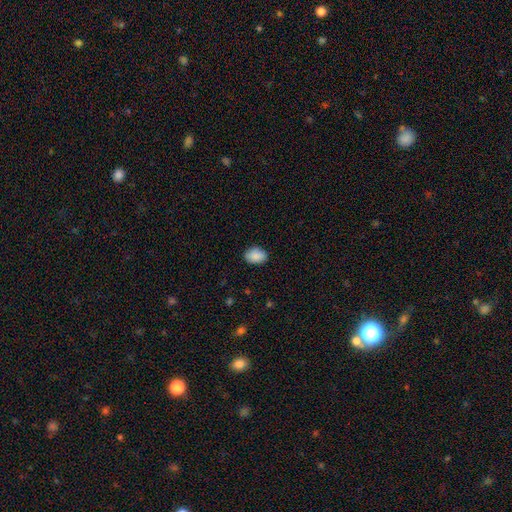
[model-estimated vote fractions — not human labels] Smooth or featured? Predicted: smooth (p=0.89). How rounded? Predicted: in between (p=0.76). Merging? Predicted: none (p=0.85).